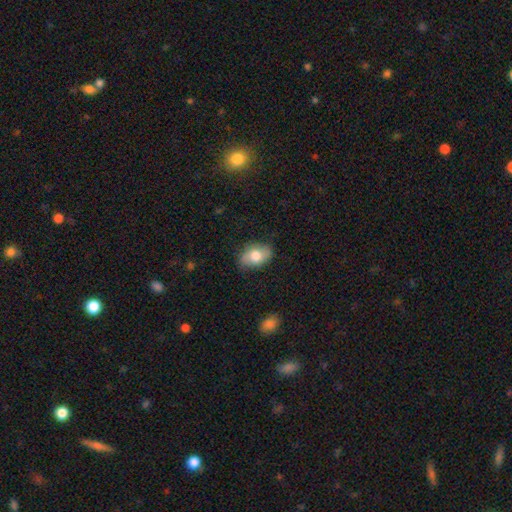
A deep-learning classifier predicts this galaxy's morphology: Overall: smooth (70%). How rounded: in between (85%). Merging: none (78%).